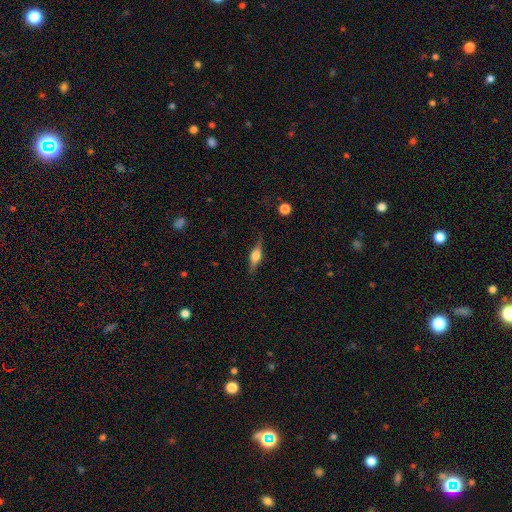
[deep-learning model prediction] The model was most divided on "smooth or featured": featured or disk: 59%, smooth: 35%, star or artifact: 7%. More confident: edge-on disk — yes (95%); edge-on bulge — rounded (90%); merging — none (80%).